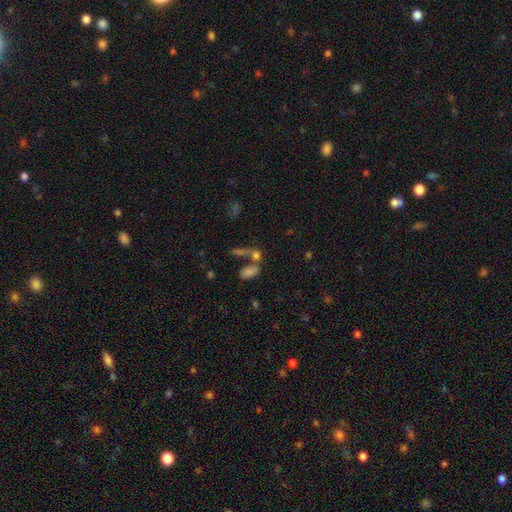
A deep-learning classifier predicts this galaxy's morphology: Smooth or featured: star or artifact — 41% (smooth — 35%)